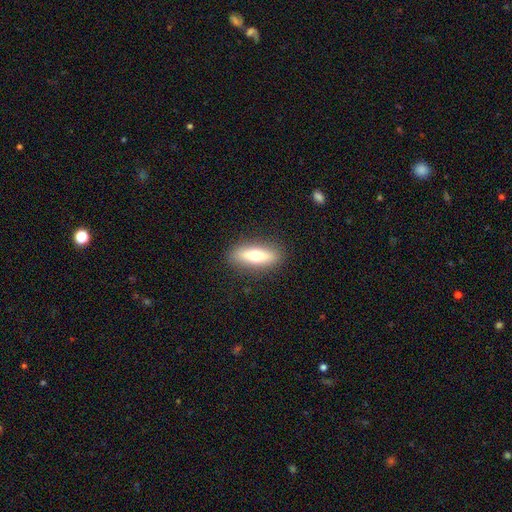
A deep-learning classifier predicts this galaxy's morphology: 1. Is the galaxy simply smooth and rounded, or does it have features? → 64% smooth, 29% featured or disk, 7% star or artifact.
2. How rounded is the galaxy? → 55% in between, 42% cigar-shaped, 3% round.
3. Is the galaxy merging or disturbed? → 88% none, 8% minor disturbance, 2% major disturbance, 1% merger.